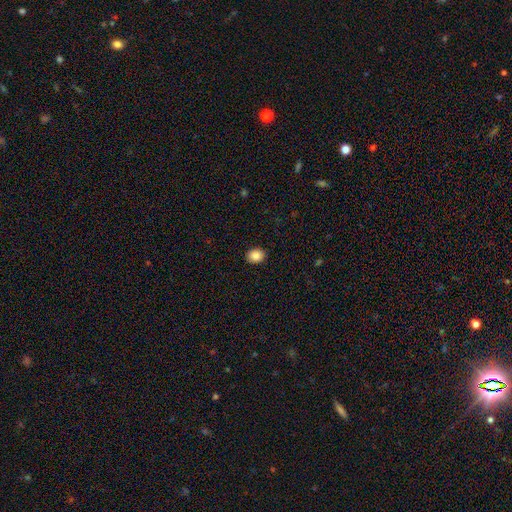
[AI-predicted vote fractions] smooth-or-featured: smooth: 88% | star or artifact: 9% | featured or disk: 3%
  how-rounded: round: 54% | in between: 45% | cigar-shaped: 1%
  merging: none: 91% | minor disturbance: 6% | major disturbance: 2% | merger: 1%